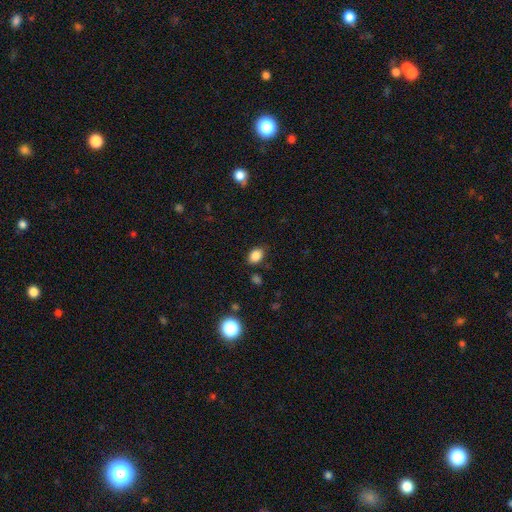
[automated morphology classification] This is clearly a smooth galaxy (85%). How rounded: likely in between (69%). Merging: clearly none (80%).